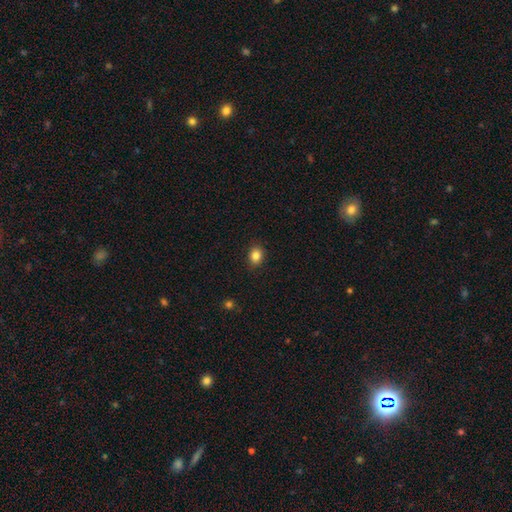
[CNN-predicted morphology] Smooth or featured?
  - smooth: 85% *
  - star or artifact: 10%
  - featured or disk: 5%
How rounded?
  - in between: 51% *
  - round: 48%
  - cigar-shaped: 1%
Merging?
  - none: 89% *
  - minor disturbance: 8%
  - major disturbance: 2%
  - merger: 1%